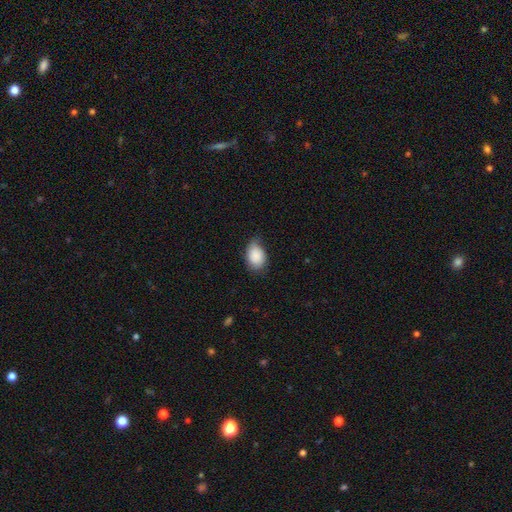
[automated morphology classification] Smooth or featured: smooth — 85% (featured or disk — 8%)
How rounded: in between — 78% (round — 21%)
Merging: none — 56% (minor disturbance — 35%)